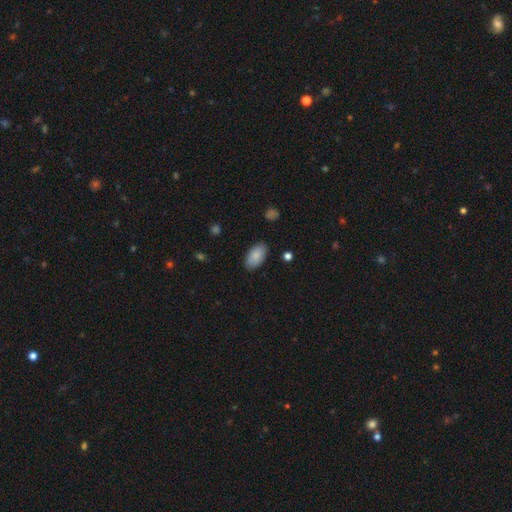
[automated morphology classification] A smooth galaxy with no disk features (88%) that is in between round and cigar-shaped (95%). Merging: none (86%).